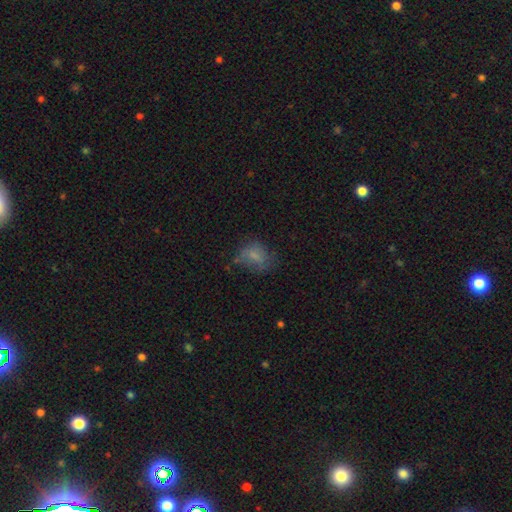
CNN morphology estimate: smooth-or-featured: smooth: 68% | featured or disk: 21% | star or artifact: 11%
  how-rounded: in between: 62% | round: 36% | cigar-shaped: 1%
  merging: none: 50% | minor disturbance: 28% | major disturbance: 18% | merger: 4%